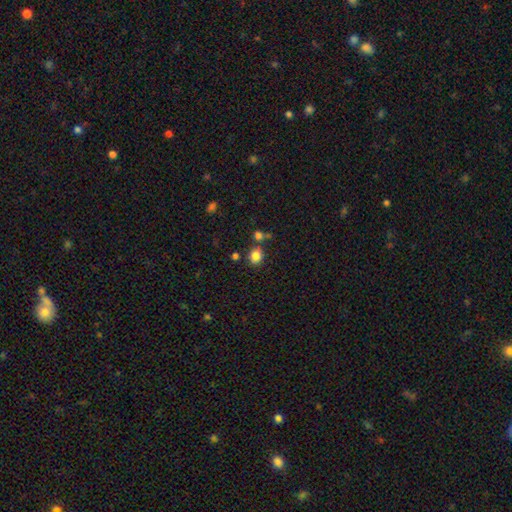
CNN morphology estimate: This is clearly a smooth galaxy (84%). How rounded: likely round (72%). Merging: likely none (71%).